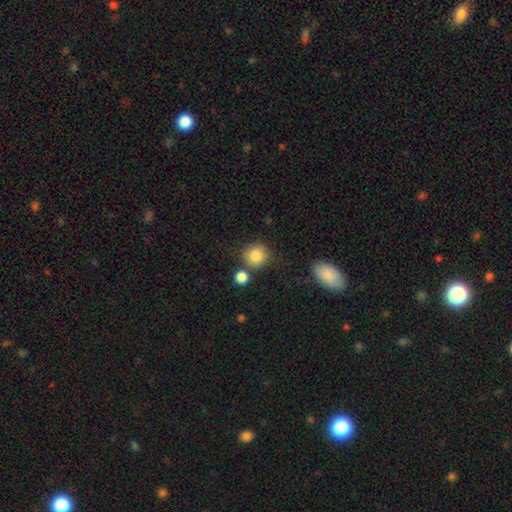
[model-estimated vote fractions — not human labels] Overall: smooth (84%). How rounded: round (89%). Merging: none (71%).